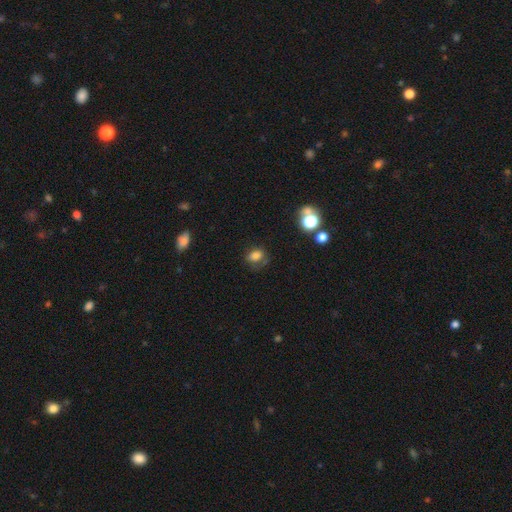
A smooth galaxy with no disk features (90%) that is in between round and cigar-shaped (69%). Merging: none (51%).